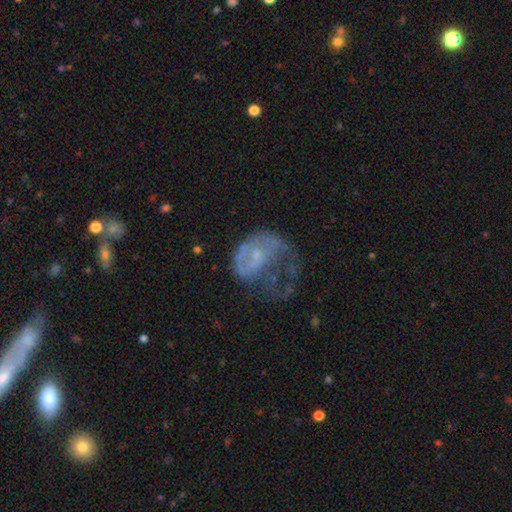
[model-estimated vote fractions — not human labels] Morphology: type=featured or disk (61%); edge-on=no (97%); bar=no (77%); spiral arms=no (56%); bulge=small (50%); merging=major disturbance (57%).